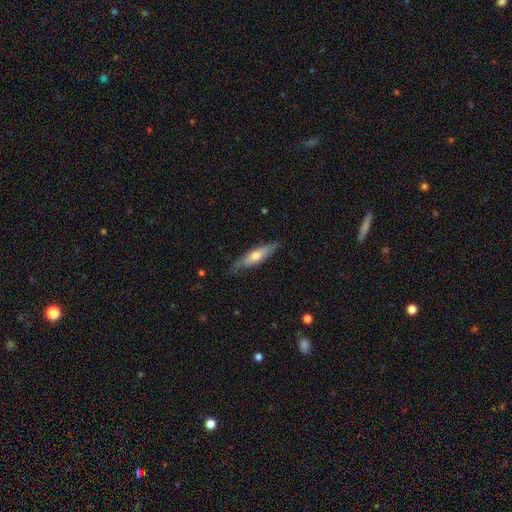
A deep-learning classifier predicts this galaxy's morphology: smooth-or-featured: smooth: 52% | featured or disk: 43% | star or artifact: 5%
  how-rounded: cigar-shaped: 68% | in between: 30% | round: 2%
  merging: none: 74% | minor disturbance: 21% | major disturbance: 4% | merger: 1%